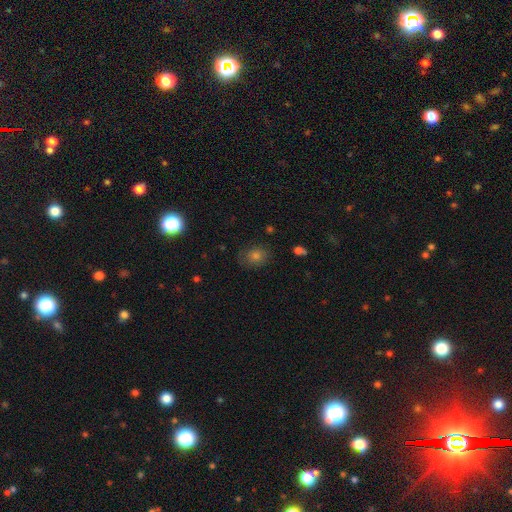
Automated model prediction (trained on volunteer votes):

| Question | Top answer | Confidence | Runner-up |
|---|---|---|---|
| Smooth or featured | smooth | 65% | star or artifact (22%) |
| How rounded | round | 58% | in between (41%) |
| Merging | none | 78% | minor disturbance (16%) |